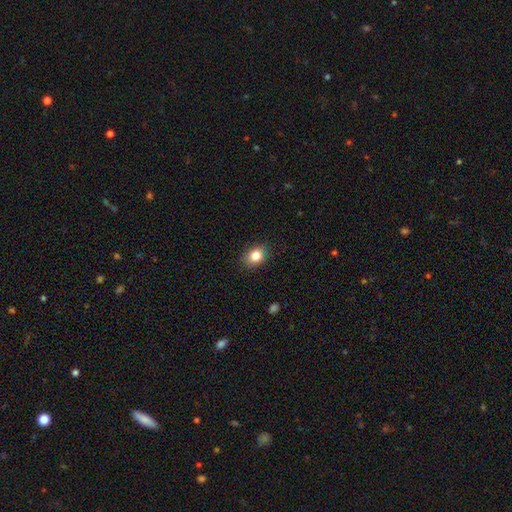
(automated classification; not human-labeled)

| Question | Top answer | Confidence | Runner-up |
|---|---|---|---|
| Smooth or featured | smooth | 83% | star or artifact (10%) |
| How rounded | in between | 61% | round (38%) |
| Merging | none | 86% | minor disturbance (11%) |